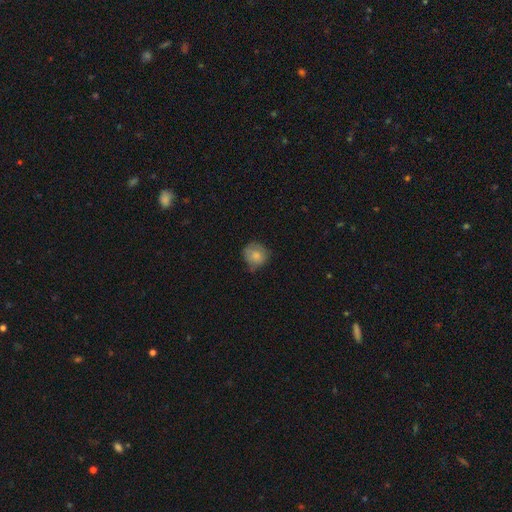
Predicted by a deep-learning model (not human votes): The model was most divided on "merging": none: 60%, minor disturbance: 30%, major disturbance: 8%, merger: 2%. More confident: how rounded — round (81%); smooth or featured — smooth (79%).